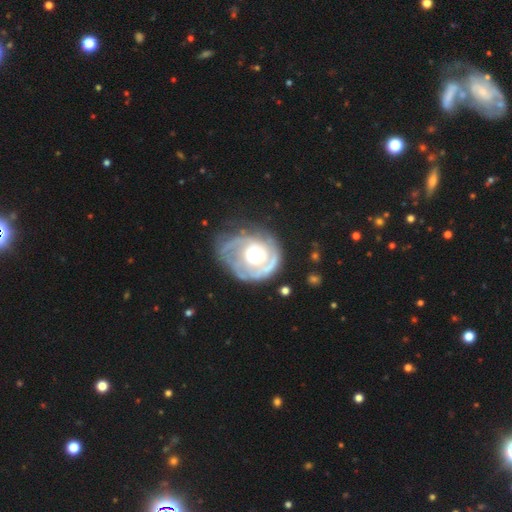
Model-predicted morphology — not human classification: Smooth or featured? Predicted: featured or disk (p=0.79). Edge-on disk? Predicted: no (p=0.97). Bar? Predicted: no (p=0.80). Spiral arms? Predicted: yes (p=0.81). Spiral winding? Predicted: tight (p=0.60). Spiral arm count? Predicted: can't tell (p=0.32). Bulge size? Predicted: moderate (p=0.56). Merging? Predicted: none (p=0.49).